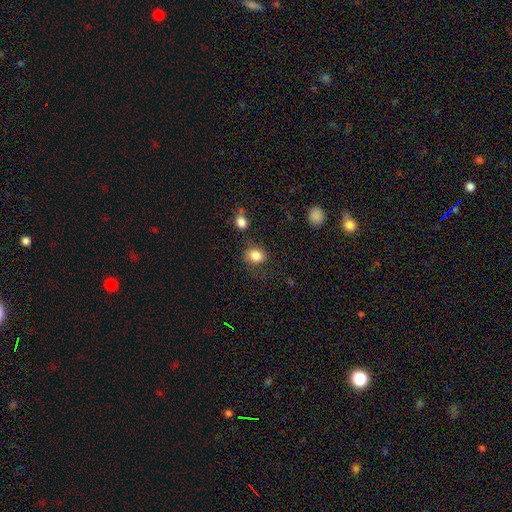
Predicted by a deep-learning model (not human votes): Morphology: type=smooth (84%); roundness=round (53%); merging=none (73%).